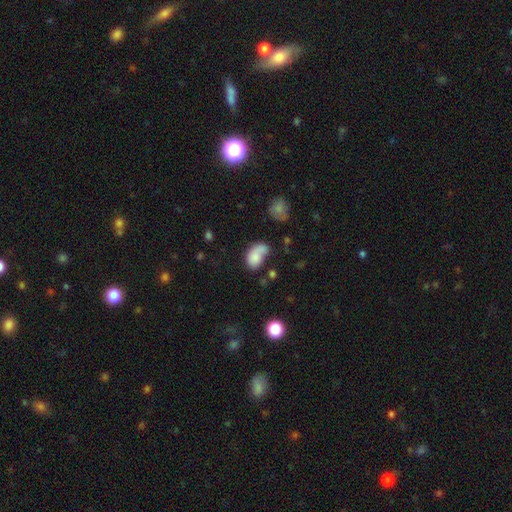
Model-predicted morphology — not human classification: A smooth galaxy with no disk features (76%) that is in between round and cigar-shaped (85%).

Vote fractions:
- Smooth or featured? smooth: 76% / featured or disk: 15% / star or artifact: 9%
- How rounded? in between: 85% / round: 13% / cigar-shaped: 2%
- Merging? none: 34% / minor disturbance: 24% / major disturbance: 23% / merger: 19%